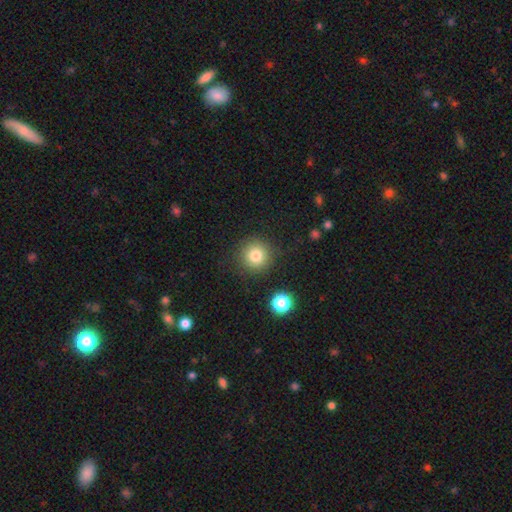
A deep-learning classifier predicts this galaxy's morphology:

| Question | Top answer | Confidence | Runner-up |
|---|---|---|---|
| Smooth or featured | smooth | 80% | star or artifact (12%) |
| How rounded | round | 94% | in between (5%) |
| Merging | none | 86% | minor disturbance (8%) |